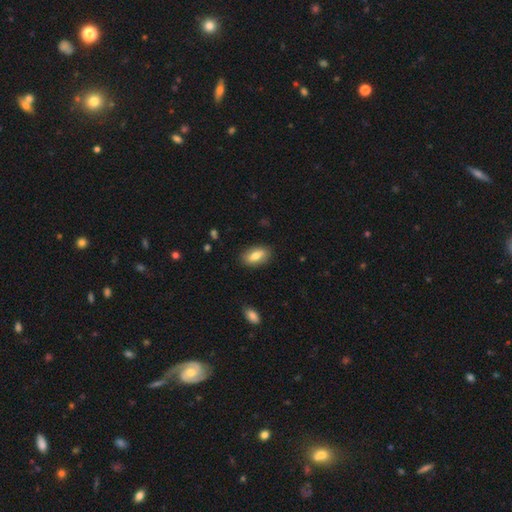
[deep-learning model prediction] Smooth or featured: smooth — 76% (featured or disk — 17%)
How rounded: in between — 87% (cigar-shaped — 8%)
Merging: none — 85% (minor disturbance — 11%)